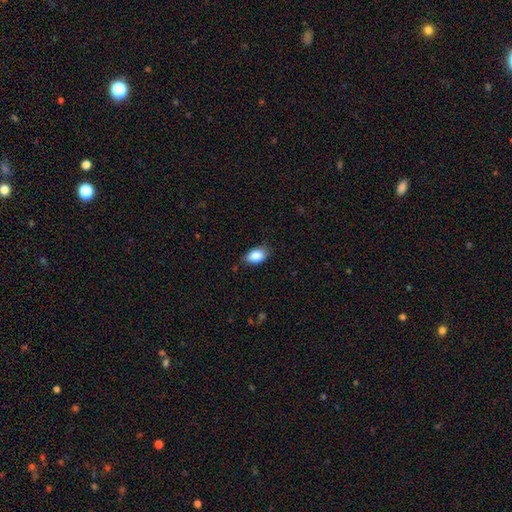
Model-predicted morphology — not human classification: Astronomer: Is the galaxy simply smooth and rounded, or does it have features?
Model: smooth — 86%.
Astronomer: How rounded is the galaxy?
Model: in between — 85%.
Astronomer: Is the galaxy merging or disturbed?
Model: none — 72%.